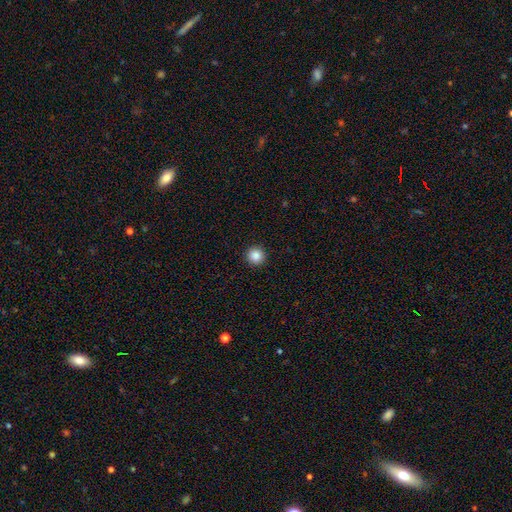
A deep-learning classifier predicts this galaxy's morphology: Smooth or featured? Predicted: smooth (p=0.87). How rounded? Predicted: round (p=0.96). Merging? Predicted: none (p=0.93).